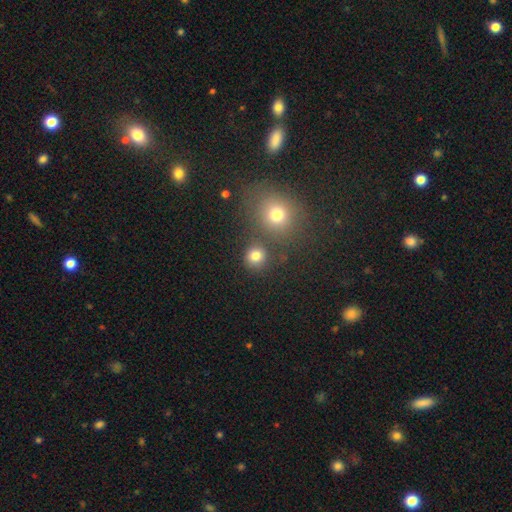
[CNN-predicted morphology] This appears to be a smooth galaxy with no disk features (79%) that is round (90%). Merging: none (77%).